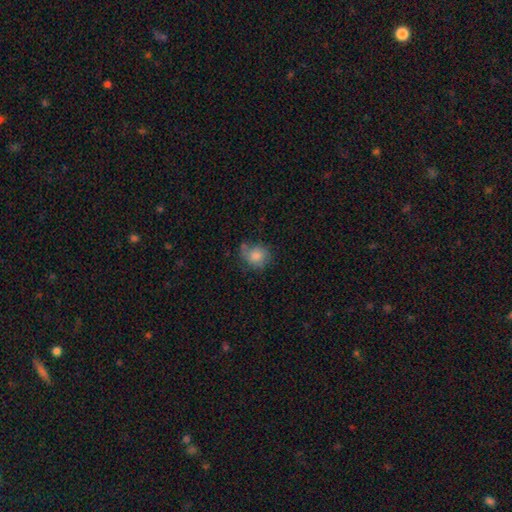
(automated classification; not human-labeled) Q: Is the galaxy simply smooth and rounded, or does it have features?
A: smooth — 76%.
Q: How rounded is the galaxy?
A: round — 68%.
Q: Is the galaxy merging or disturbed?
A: none — 57%.